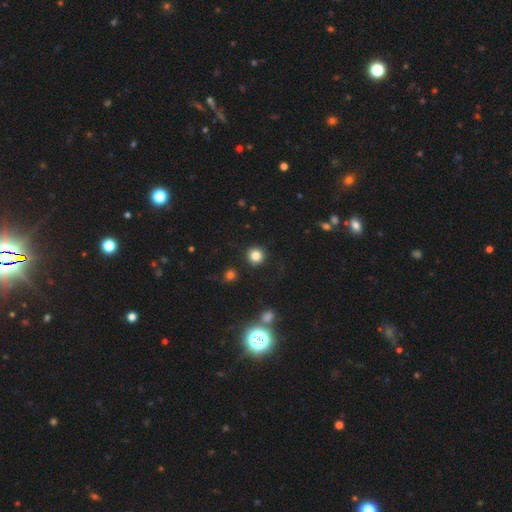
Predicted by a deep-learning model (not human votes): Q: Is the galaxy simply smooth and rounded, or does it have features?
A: smooth — 82%.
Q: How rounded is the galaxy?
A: round — 93%.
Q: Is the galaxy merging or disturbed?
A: none — 89%.